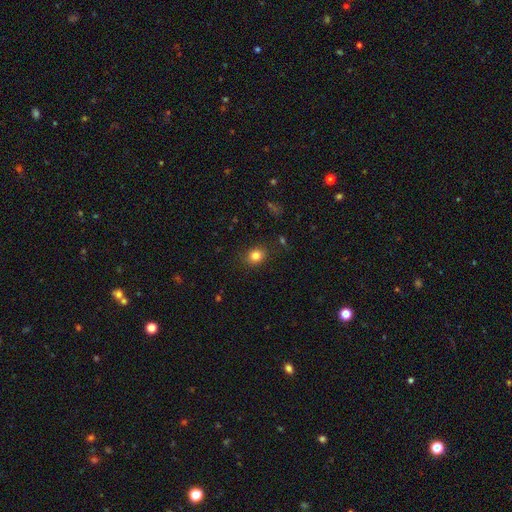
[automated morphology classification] Smooth or featured? Predicted: smooth (p=0.82). How rounded? Predicted: round (p=0.64). Merging? Predicted: none (p=0.87).